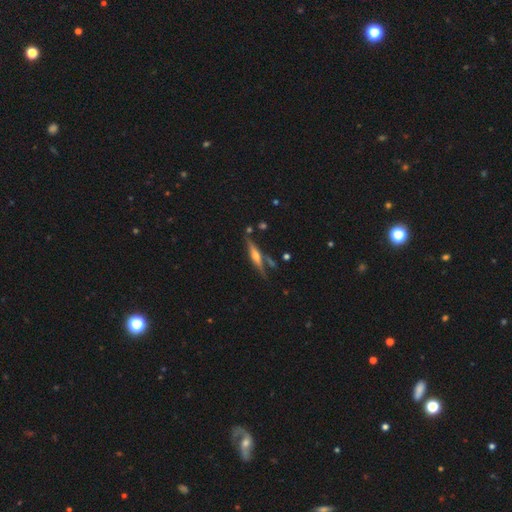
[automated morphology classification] Overall: featured or disk (73%). Edge-on disk: yes (97%). Edge-on bulge: rounded (86%). Merging: none (77%).